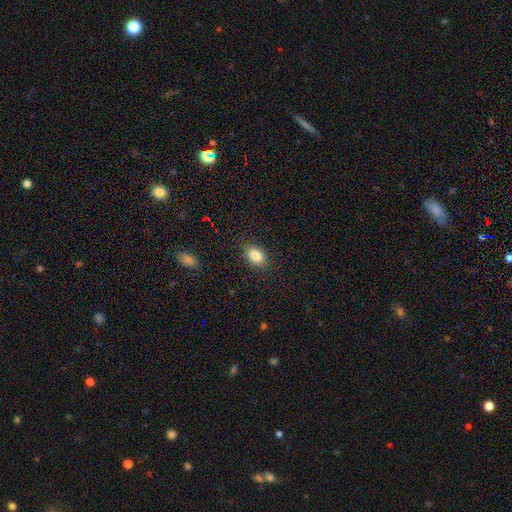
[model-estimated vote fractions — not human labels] Smooth or featured? smooth (86%)
How rounded? in between (83%)
Merging? none (88%)